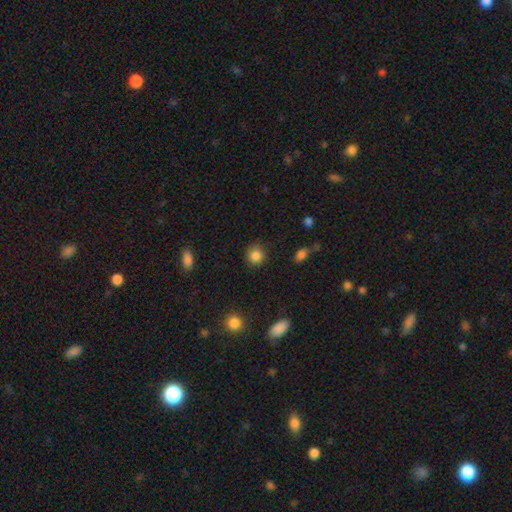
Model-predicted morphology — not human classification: Smooth or featured?
  - smooth: 85% *
  - star or artifact: 11%
  - featured or disk: 4%
How rounded?
  - round: 89% *
  - in between: 10%
  - cigar-shaped: 1%
Merging?
  - none: 86% *
  - minor disturbance: 9%
  - major disturbance: 3%
  - merger: 1%